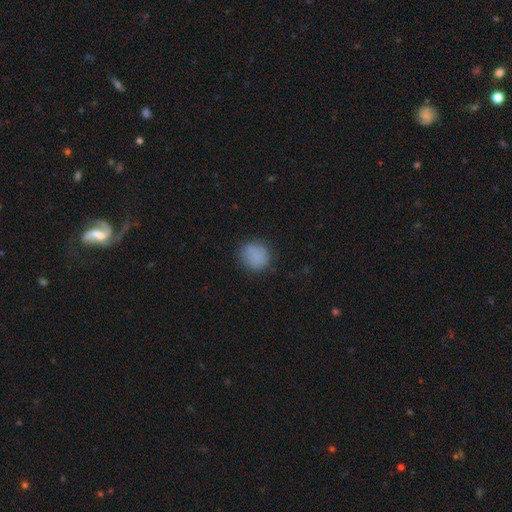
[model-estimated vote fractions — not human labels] smooth-or-featured: smooth: 83% | star or artifact: 10% | featured or disk: 7%
  how-rounded: round: 80% | in between: 19% | cigar-shaped: 1%
  merging: none: 78% | minor disturbance: 16% | major disturbance: 5% | merger: 1%